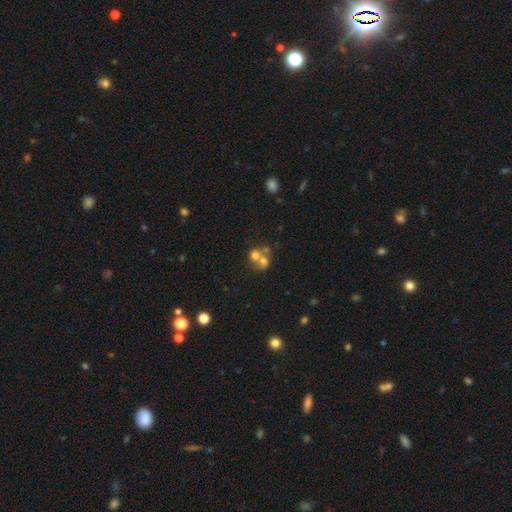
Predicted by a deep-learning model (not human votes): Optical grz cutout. It shows a smooth galaxy with no disk features (64%) that is round (73%). Merging: merger (64%).